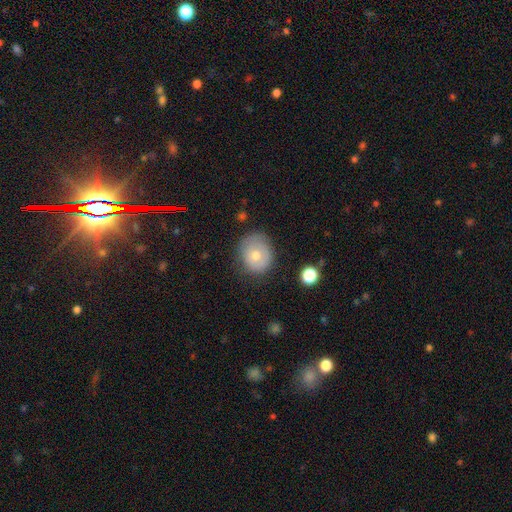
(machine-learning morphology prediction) Overall: smooth (64%; featured or disk 26%). How rounded: round (65%; in between 34%). Merging: none (72%).